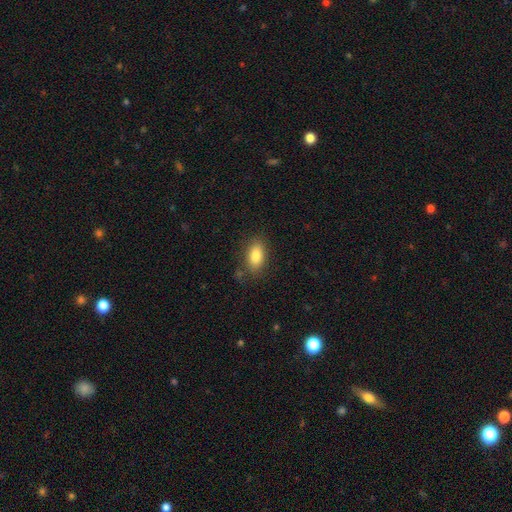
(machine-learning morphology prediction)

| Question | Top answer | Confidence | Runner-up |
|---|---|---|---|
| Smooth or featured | smooth | 84% | featured or disk (8%) |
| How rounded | in between | 90% | round (5%) |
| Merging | none | 80% | minor disturbance (14%) |